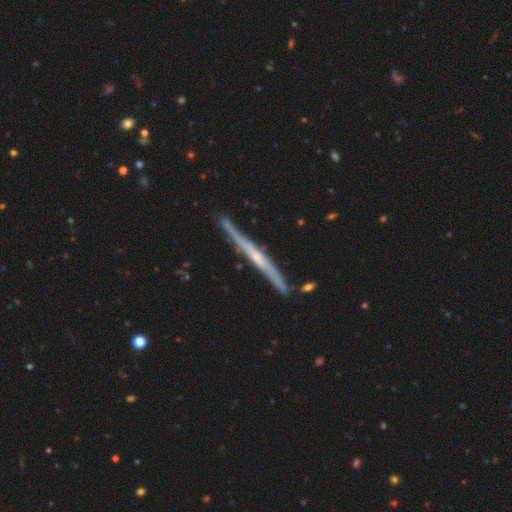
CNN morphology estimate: A featured or disk galaxy (78%) viewed edge-on (97%) with a rounded central bulge (51%). Merging: none (84%).